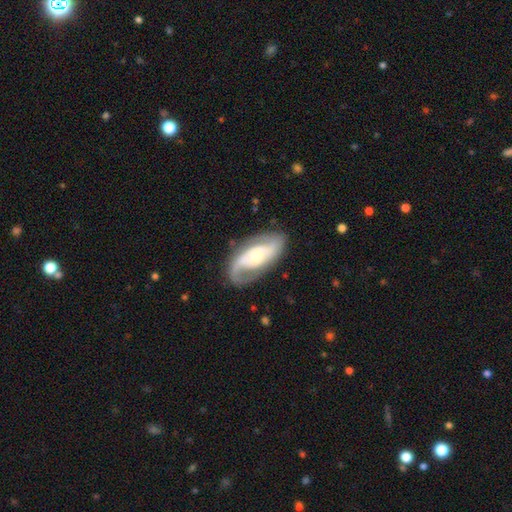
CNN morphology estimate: This is clearly a featured or disk galaxy (82%). It is clearly not viewed edge-on (94%). Bar: possibly no (53%). Spiral arm pattern: clearly yes (92%). Spiral arm count: clearly 2 (83%). Spiral winding: marginally medium (45%). Central bulge: possibly moderate (50%). Merging: likely none (77%).